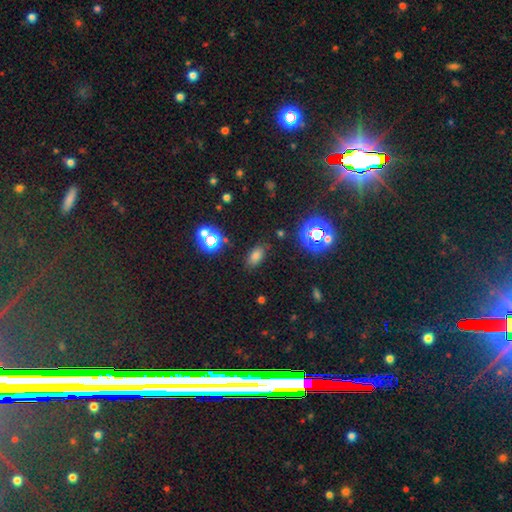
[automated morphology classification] A smooth galaxy with no disk features (66%) that is in between round and cigar-shaped (86%).

Vote fractions:
- Smooth or featured? smooth: 66% / star or artifact: 27% / featured or disk: 7%
- How rounded? in between: 86% / round: 11% / cigar-shaped: 4%
- Merging? none: 84% / minor disturbance: 10% / major disturbance: 3% / merger: 2%